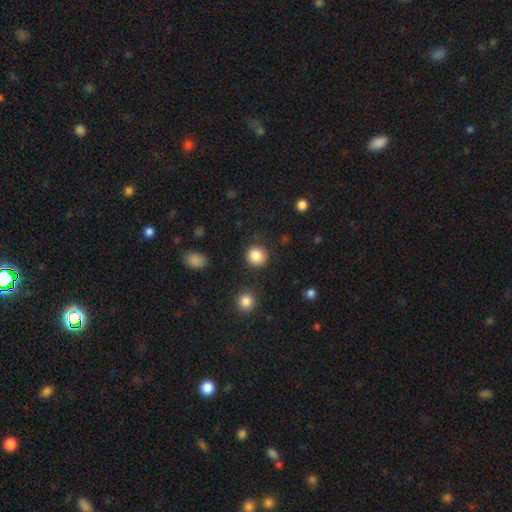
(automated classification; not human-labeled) Morphology: type=smooth (87%); roundness=round (89%); merging=none (88%).